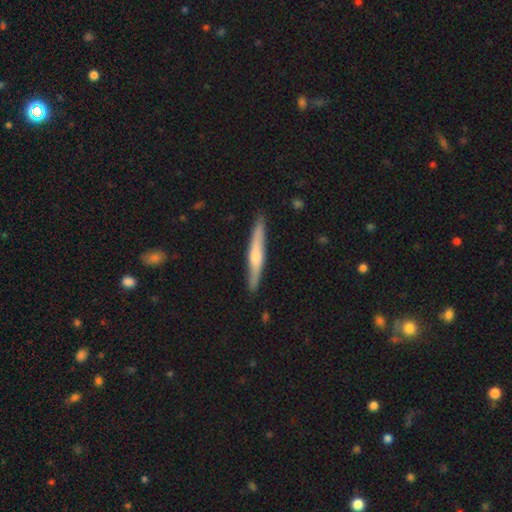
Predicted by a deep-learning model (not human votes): A featured or disk galaxy (57%) viewed edge-on (96%) with a rounded central bulge (77%).

Vote fractions:
- Smooth or featured? featured or disk: 57% / smooth: 38% / star or artifact: 5%
- Edge-on disk? yes: 96% / no: 4%
- Edge-on bulge? rounded: 77% / none: 16% / boxy: 7%
- Merging? none: 89% / minor disturbance: 9% / major disturbance: 1% / merger: 1%